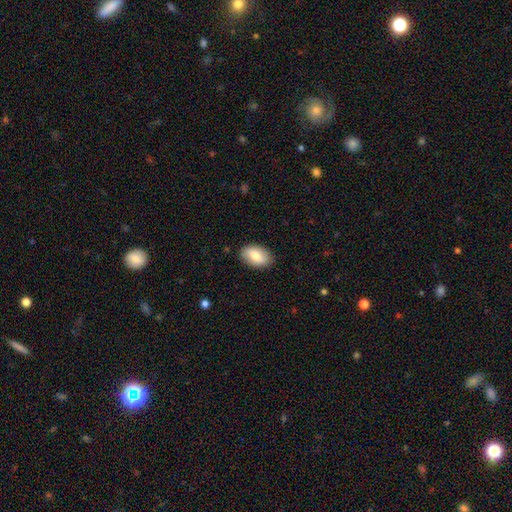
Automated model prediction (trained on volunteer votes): Smooth or featured? smooth (75%)
How rounded? in between (92%)
Merging? none (86%)